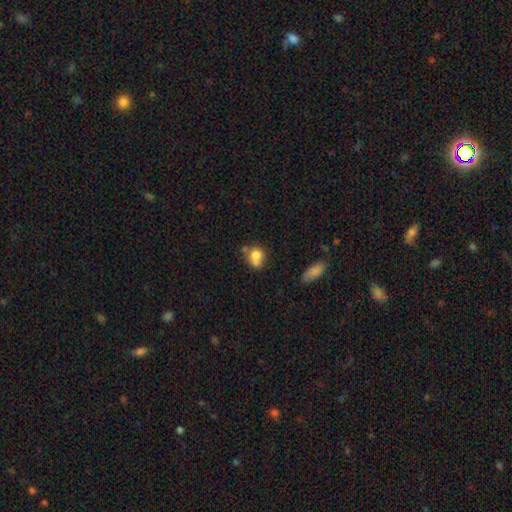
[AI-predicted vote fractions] Q: Smooth or featured?
A: smooth (75%); runner-up: featured or disk (15%)
Q: How rounded?
A: round (61%); runner-up: in between (38%)
Q: Merging?
A: none (39%); runner-up: merger (33%)